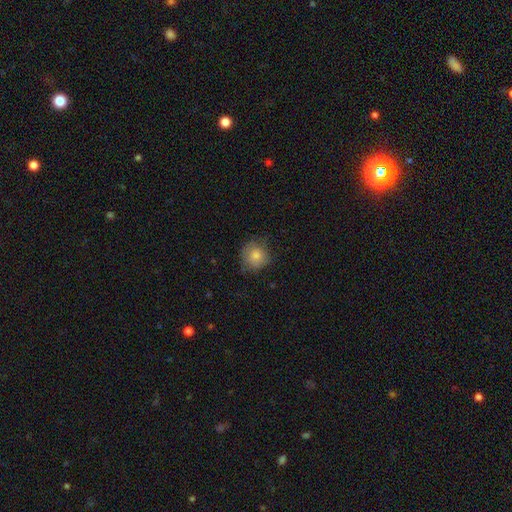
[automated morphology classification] The model was most divided on "merging": none: 70%, minor disturbance: 23%, major disturbance: 6%, merger: 1%. More confident: how rounded — round (88%); smooth or featured — smooth (80%).